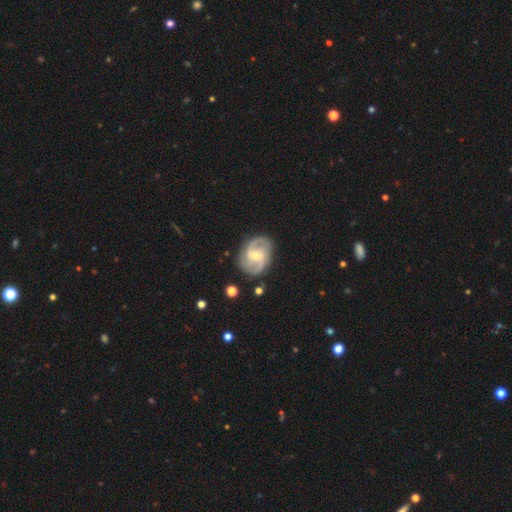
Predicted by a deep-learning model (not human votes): Smooth or featured: featured or disk — 89% (smooth — 6%)
Edge-on disk: no — 98% (yes — 2%)
Bar: weak — 47% (no — 39%)
Spiral arms: yes — 98% (no — 2%)
Spiral winding: medium — 54% (tight — 28%)
Spiral arm count: 2 — 51% (3 — 31%)
Bulge size: small — 59% (moderate — 37%)
Merging: none — 80% (minor disturbance — 14%)